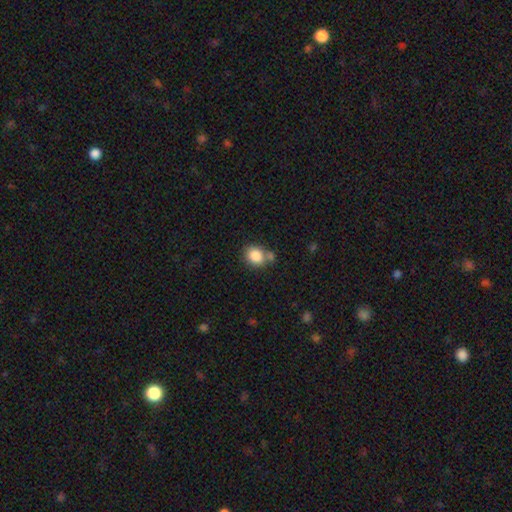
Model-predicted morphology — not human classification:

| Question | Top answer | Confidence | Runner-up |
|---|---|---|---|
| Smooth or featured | smooth | 85% | star or artifact (9%) |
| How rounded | round | 65% | in between (34%) |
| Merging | none | 60% | merger (22%) |